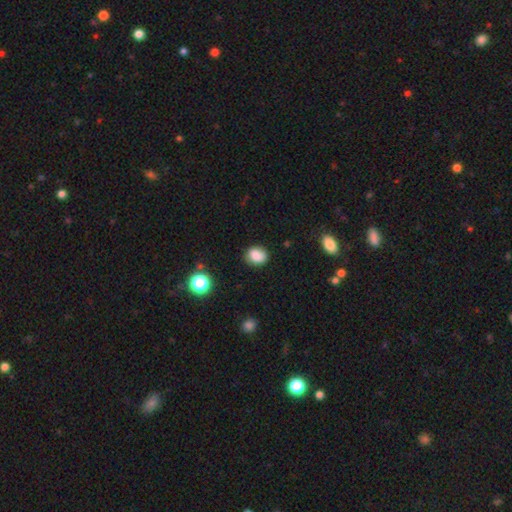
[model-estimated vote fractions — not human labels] Smooth or featured? smooth (83%)
How rounded? round (59%)
Merging? none (80%)